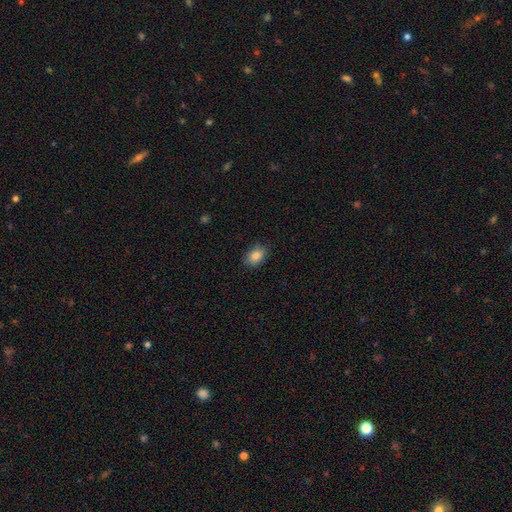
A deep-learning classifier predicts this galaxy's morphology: Q: Smooth or featured?
A: smooth (86%); runner-up: star or artifact (8%)
Q: How rounded?
A: in between (84%); runner-up: round (15%)
Q: Merging?
A: none (83%); runner-up: minor disturbance (13%)